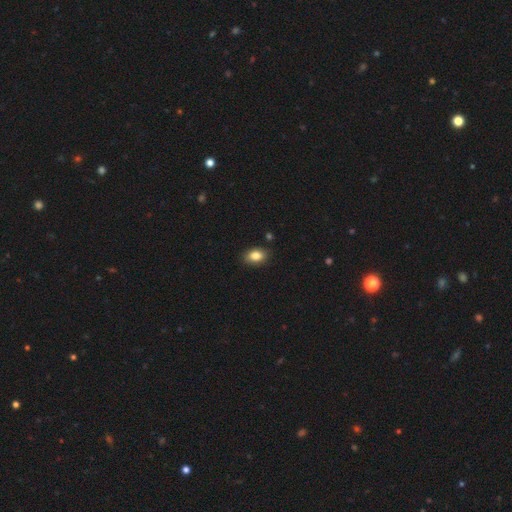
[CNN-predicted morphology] Smooth or featured?
  - smooth: 84% *
  - star or artifact: 9%
  - featured or disk: 7%
How rounded?
  - in between: 81% *
  - round: 17%
  - cigar-shaped: 1%
Merging?
  - none: 86% *
  - minor disturbance: 10%
  - major disturbance: 2%
  - merger: 2%